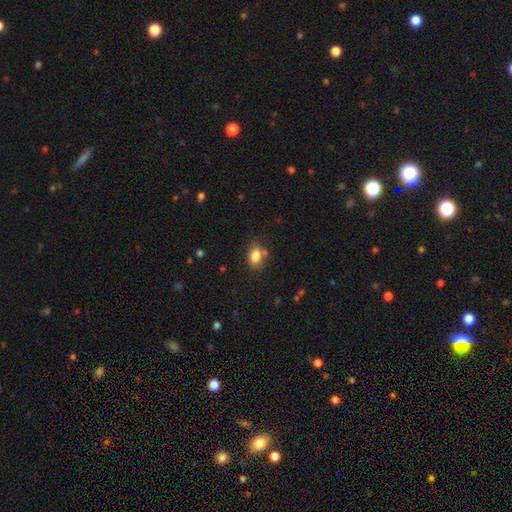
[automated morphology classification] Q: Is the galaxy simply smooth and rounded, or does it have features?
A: smooth — 84%.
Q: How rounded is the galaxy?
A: in between — 76%.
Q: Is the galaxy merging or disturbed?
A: none — 71%.